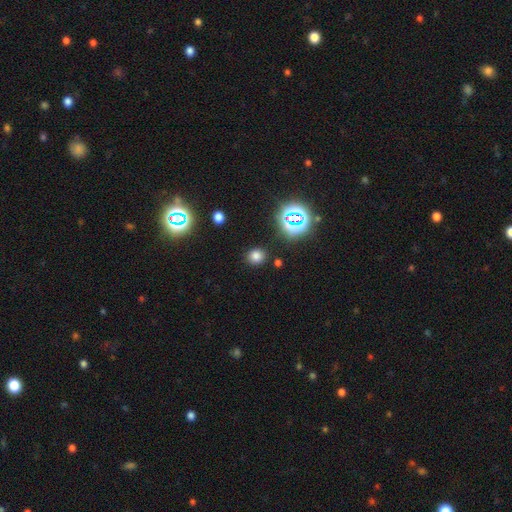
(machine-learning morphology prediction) A smooth galaxy with no disk features (70%) that is round (82%). Merging: none (86%).